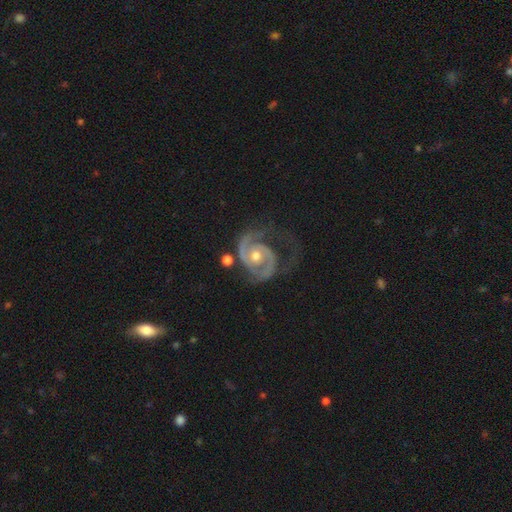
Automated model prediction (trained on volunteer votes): A featured or disk galaxy (92%) with no bar (67%), 2 (85%) tight (52%) spiral arms (98%) and a moderate central bulge (71%). Merging: none (55%).